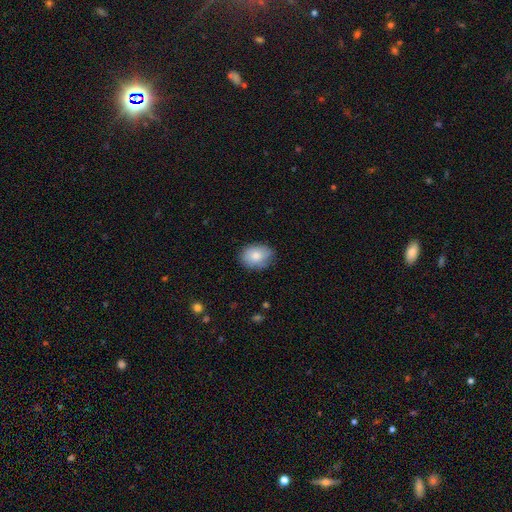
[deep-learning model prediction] Morphology: type=smooth (81%); roundness=in between (64%); merging=none (77%).